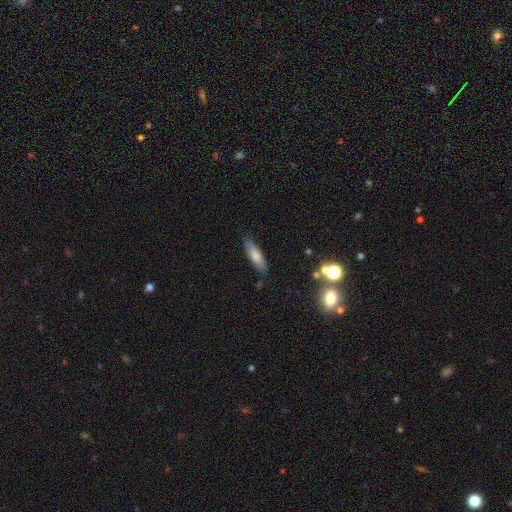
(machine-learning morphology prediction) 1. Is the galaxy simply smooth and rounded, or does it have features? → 73% smooth, 19% featured or disk, 8% star or artifact.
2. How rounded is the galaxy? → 57% cigar-shaped, 41% in between, 2% round.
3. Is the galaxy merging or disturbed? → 81% none, 15% minor disturbance, 3% major disturbance, 2% merger.